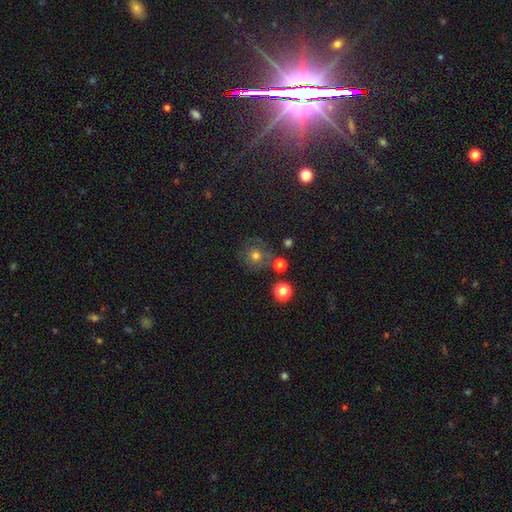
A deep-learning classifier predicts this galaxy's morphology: Smooth or featured? Predicted: smooth (p=0.71). How rounded? Predicted: round (p=0.90). Merging? Predicted: none (p=0.70).